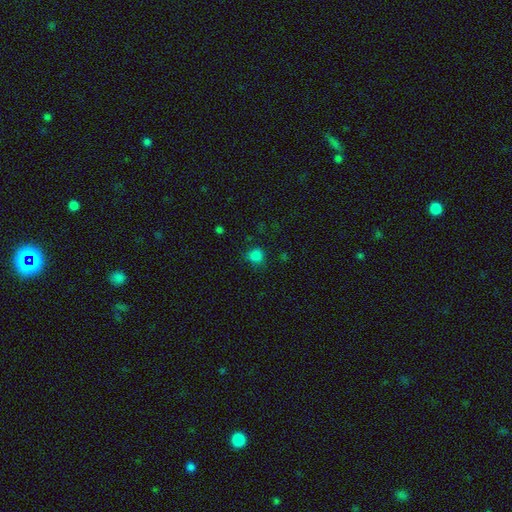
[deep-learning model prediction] Smooth or featured: smooth — 81% (star or artifact — 16%)
How rounded: round — 81% (in between — 18%)
Merging: none — 76% (minor disturbance — 17%)